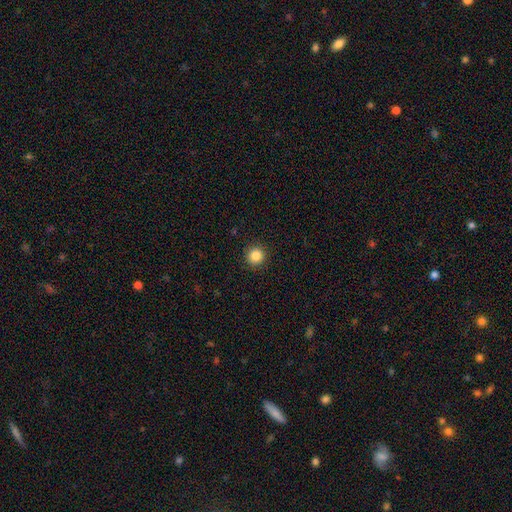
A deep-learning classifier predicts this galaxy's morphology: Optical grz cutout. It shows a smooth galaxy with no disk features (86%) that is round (94%). Merging: none (92%).